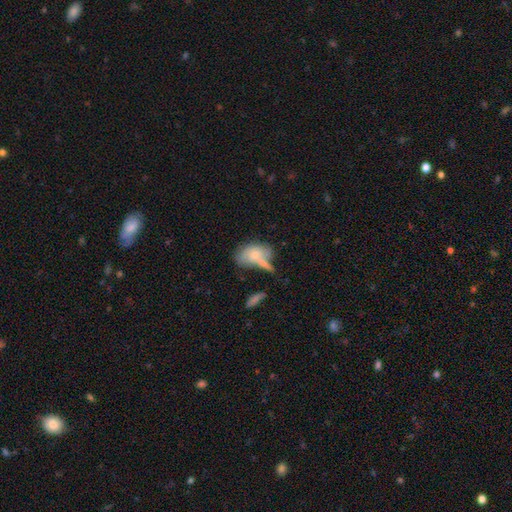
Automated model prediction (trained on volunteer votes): A smooth galaxy with no disk features (66%) that is in between round and cigar-shaped (87%). Merging: merger (35%).